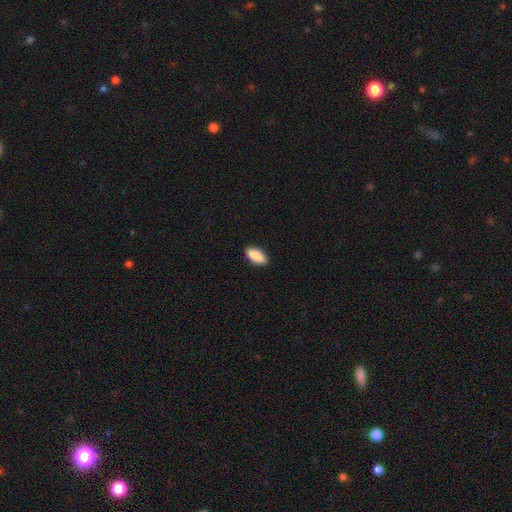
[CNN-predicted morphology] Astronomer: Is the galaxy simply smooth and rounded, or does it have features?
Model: smooth — 91%.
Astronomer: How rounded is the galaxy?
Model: in between — 93%.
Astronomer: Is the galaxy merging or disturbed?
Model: none — 89%.